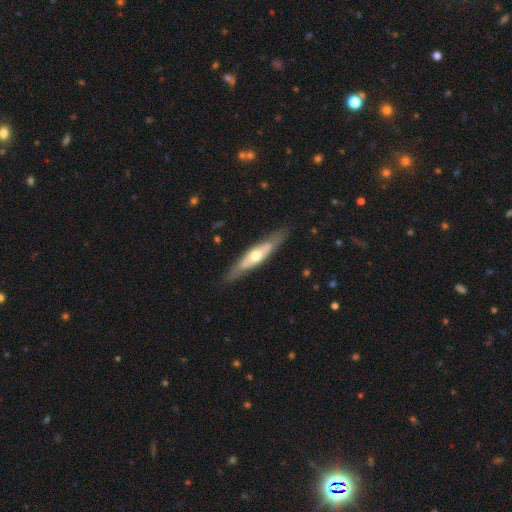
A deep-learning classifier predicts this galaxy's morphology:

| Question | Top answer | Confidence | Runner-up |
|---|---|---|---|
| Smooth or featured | featured or disk | 59% | smooth (36%) |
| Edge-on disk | yes | 77% | no (23%) |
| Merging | none | 84% | minor disturbance (12%) |